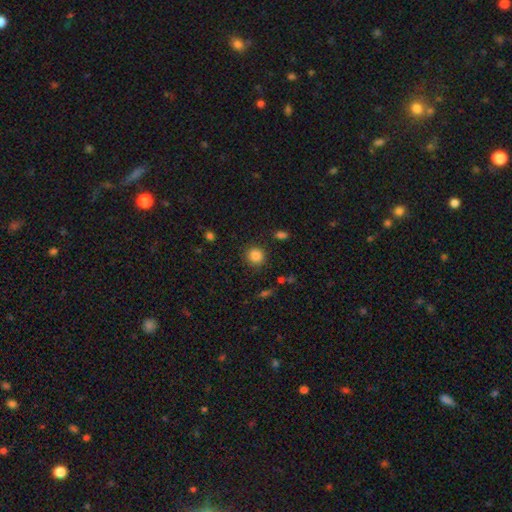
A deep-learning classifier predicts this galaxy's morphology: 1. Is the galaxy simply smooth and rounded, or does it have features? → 85% smooth, 10% star or artifact, 5% featured or disk.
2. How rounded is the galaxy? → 90% round, 9% in between, 1% cigar-shaped.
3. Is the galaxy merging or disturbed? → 88% none, 7% minor disturbance, 3% major disturbance, 2% merger.